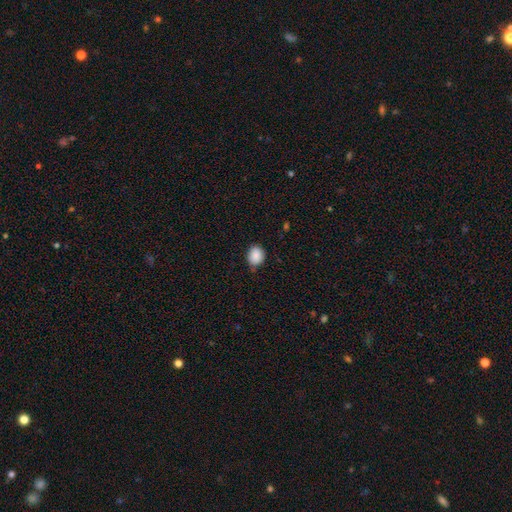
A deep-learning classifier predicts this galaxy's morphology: Smooth or featured? Predicted: smooth (p=0.88). How rounded? Predicted: round (p=0.61). Merging? Predicted: none (p=0.80).